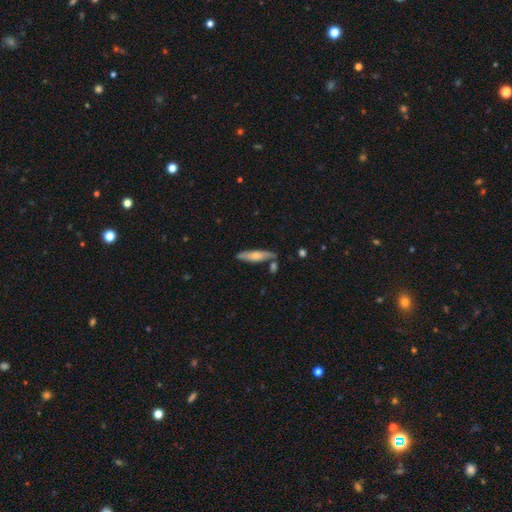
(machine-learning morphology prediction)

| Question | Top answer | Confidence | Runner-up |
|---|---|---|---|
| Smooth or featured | smooth | 55% | featured or disk (39%) |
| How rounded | cigar-shaped | 73% | in between (25%) |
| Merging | none | 69% | minor disturbance (17%) |